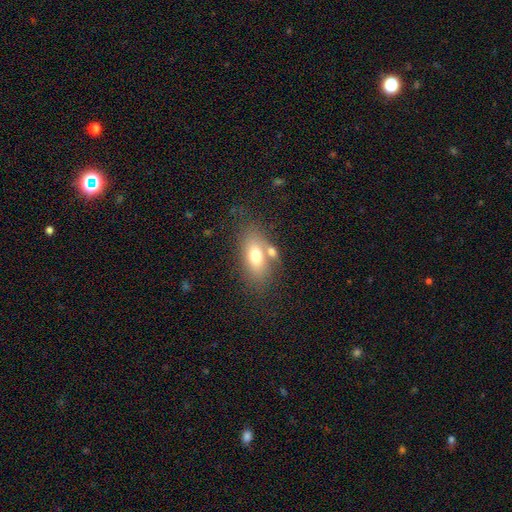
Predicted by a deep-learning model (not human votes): This appears to be a smooth galaxy with no disk features (71%) that is in between round and cigar-shaped (87%). Merging: none (56%).